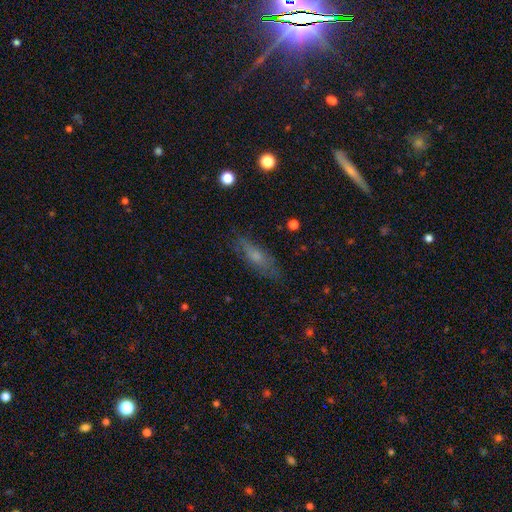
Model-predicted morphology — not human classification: Smooth or featured? Predicted: smooth (p=0.54). How rounded? Predicted: cigar-shaped (p=0.50). Merging? Predicted: none (p=0.75).